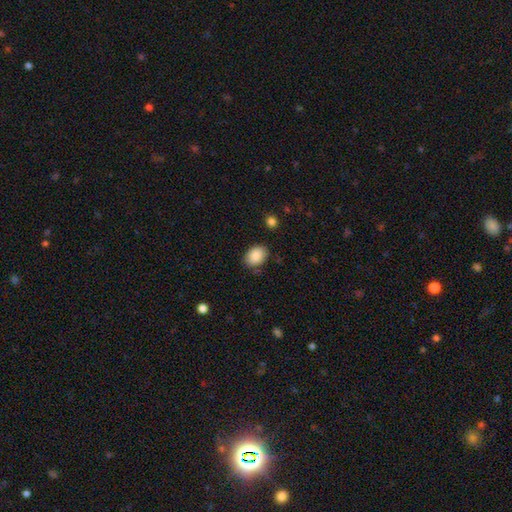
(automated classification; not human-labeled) Smooth or featured?
  - smooth: 89% *
  - star or artifact: 7%
  - featured or disk: 4%
How rounded?
  - in between: 73% *
  - round: 26%
  - cigar-shaped: 1%
Merging?
  - none: 80% *
  - minor disturbance: 15%
  - major disturbance: 3%
  - merger: 2%